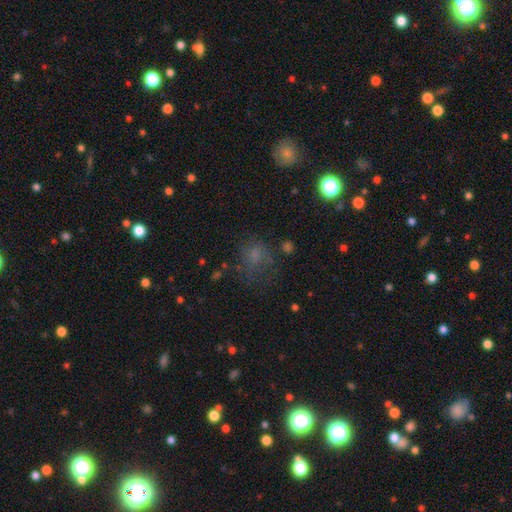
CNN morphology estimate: Smooth or featured? Predicted: smooth (p=0.60). How rounded? Predicted: round (p=0.62). Merging? Predicted: none (p=0.52).